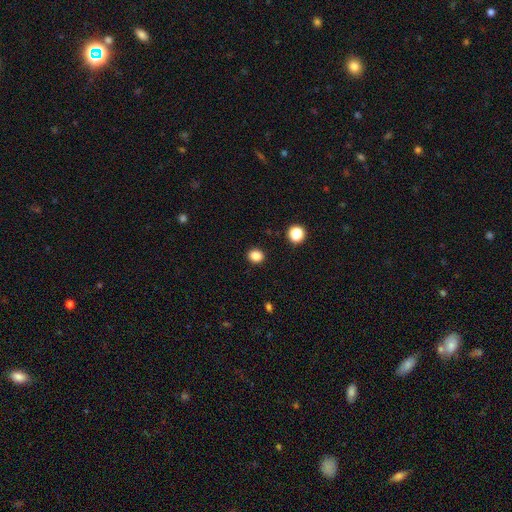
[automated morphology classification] A smooth galaxy with no disk features (85%) that is round (71%). Merging: none (91%).